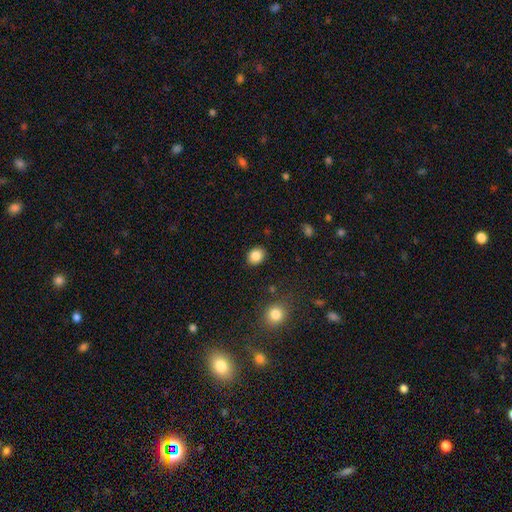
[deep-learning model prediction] Overall: smooth (86%). How rounded: round (59%; in between 40%). Merging: none (87%).